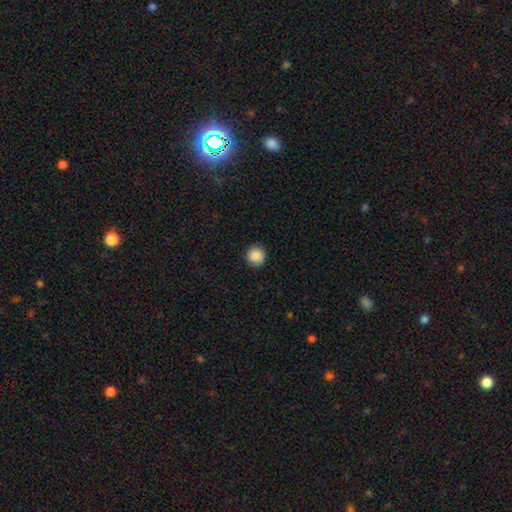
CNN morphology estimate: smooth 86%, star or artifact 8%, featured or disk 5%. Down the decision tree: how rounded — round (90%); merging — none (88%).